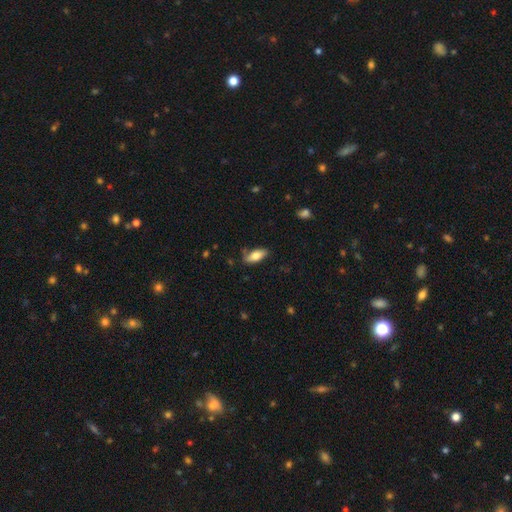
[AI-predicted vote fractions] A smooth galaxy with no disk features (76%) that is in between round and cigar-shaped (84%). Merging: none (72%).